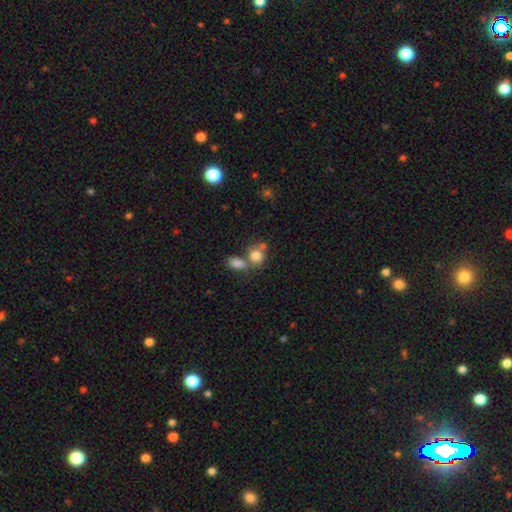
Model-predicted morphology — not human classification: This appears to be a smooth galaxy with no disk features (81%) that is round (65%). Merging: none (45%).